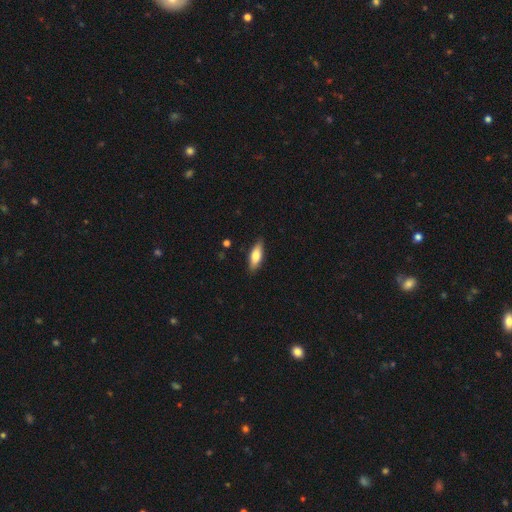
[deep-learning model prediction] This appears to be a smooth galaxy with no disk features (75%) that is in between round and cigar-shaped (67%). Merging: none (85%).